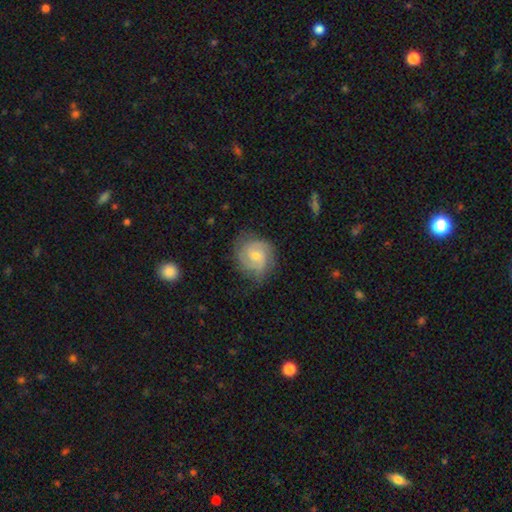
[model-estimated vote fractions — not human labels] smooth-or-featured: featured or disk: 65% | smooth: 28% | star or artifact: 6%
  disk-edge-on: no: 98% | yes: 2%
    bar: no: 55% | weak: 40% | strong: 6%
    has-spiral-arms: yes: 91% | no: 9%
      spiral-winding: tight: 45% | medium: 42% | loose: 13%
      spiral-arm-count: 2: 50% | can't tell: 23% | 3: 16% | 1: 4% | 4: 3% | more than 4: 3%
    bulge-size: small: 52% | moderate: 43% | none: 2% | large: 2% | dominant: 1%
  merging: none: 67% | minor disturbance: 23% | major disturbance: 9% | merger: 1%